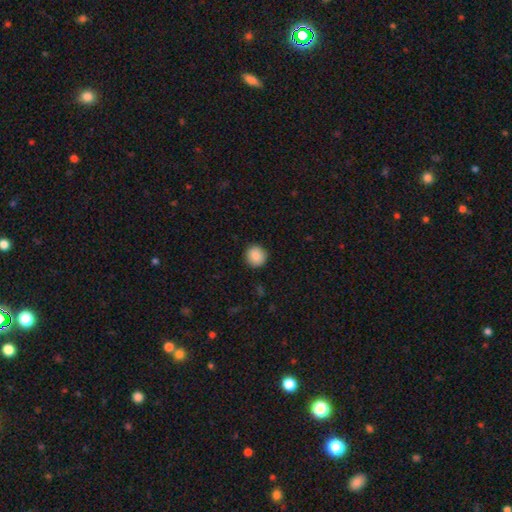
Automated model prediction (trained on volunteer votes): This is clearly a smooth galaxy (88%). How rounded: clearly round (94%). Merging: clearly none (92%).